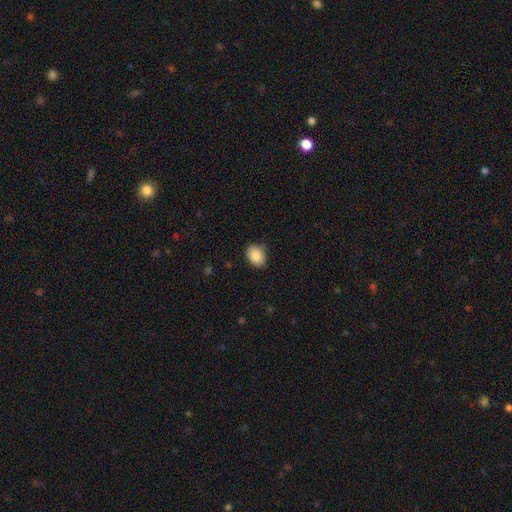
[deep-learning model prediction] Smooth or featured: smooth — 88% (star or artifact — 8%)
How rounded: in between — 64% (round — 35%)
Merging: none — 84% (minor disturbance — 13%)